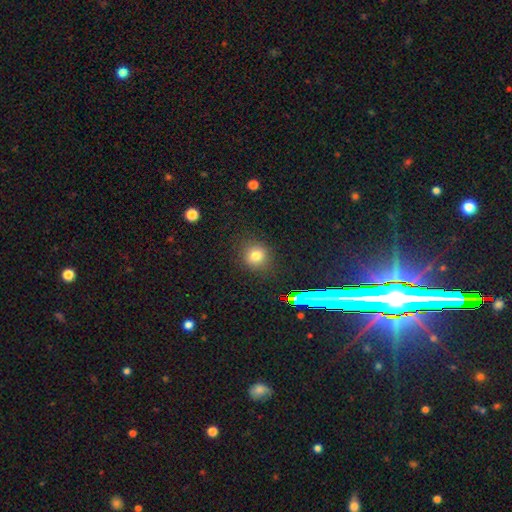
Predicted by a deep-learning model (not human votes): Overall: smooth (74%). How rounded: round (89%). Merging: none (88%).